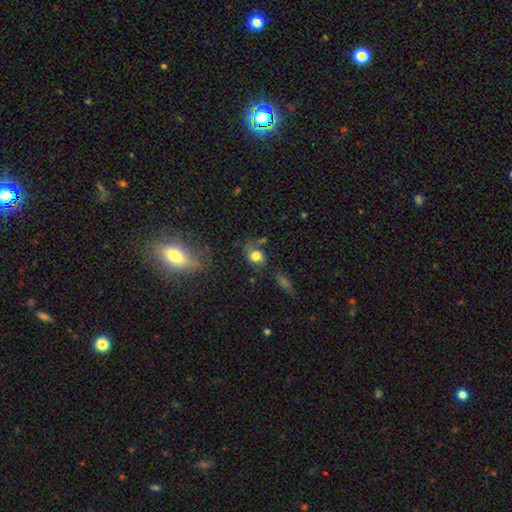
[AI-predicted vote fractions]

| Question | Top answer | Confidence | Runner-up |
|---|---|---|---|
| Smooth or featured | smooth | 73% | featured or disk (16%) |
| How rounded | in between | 58% | round (40%) |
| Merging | none | 50% | minor disturbance (25%) |